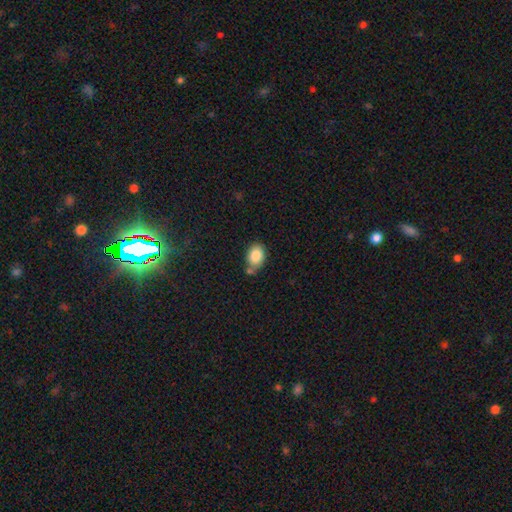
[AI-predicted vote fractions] Overall: smooth (85%). How rounded: in between (77%). Merging: none (57%; minor disturbance 22%).